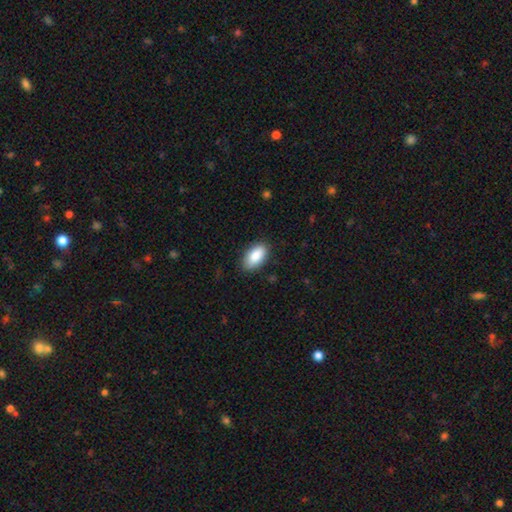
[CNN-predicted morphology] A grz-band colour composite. It shows a smooth galaxy with no disk features (87%) that is in between round and cigar-shaped (94%). Merging: none (86%).